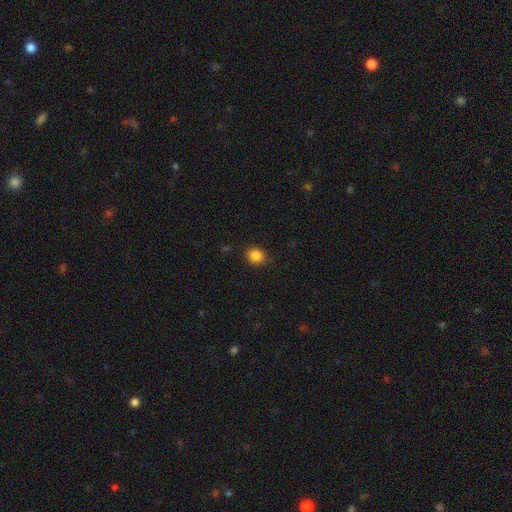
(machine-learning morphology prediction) Overall: smooth (86%). How rounded: round (76%). Merging: none (87%).